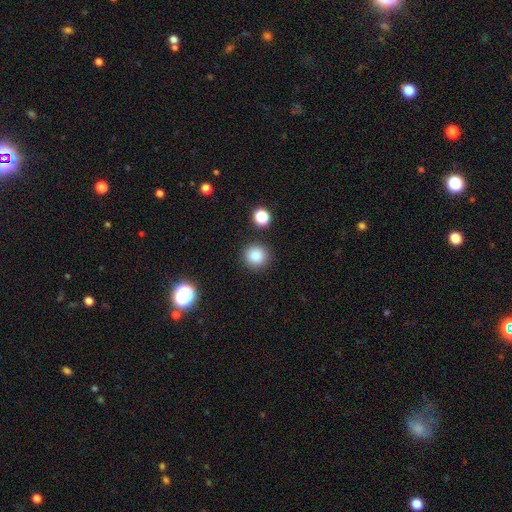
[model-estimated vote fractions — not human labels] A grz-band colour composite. It shows a smooth galaxy with no disk features (85%) that is round (93%). Merging: none (88%).